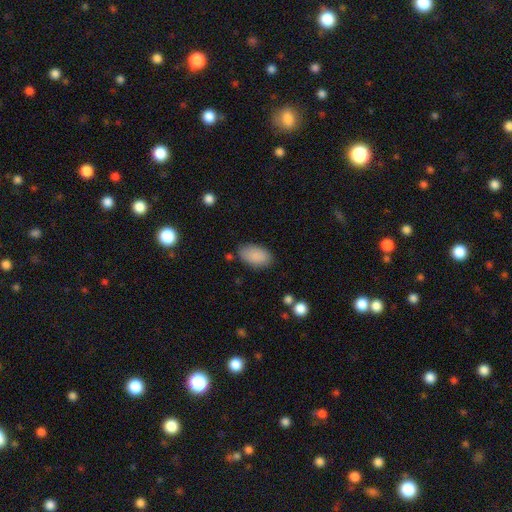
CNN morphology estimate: smooth-or-featured: smooth: 89% | star or artifact: 7% | featured or disk: 5%
  how-rounded: in between: 94% | round: 4% | cigar-shaped: 2%
  merging: none: 81% | minor disturbance: 14% | major disturbance: 3% | merger: 2%